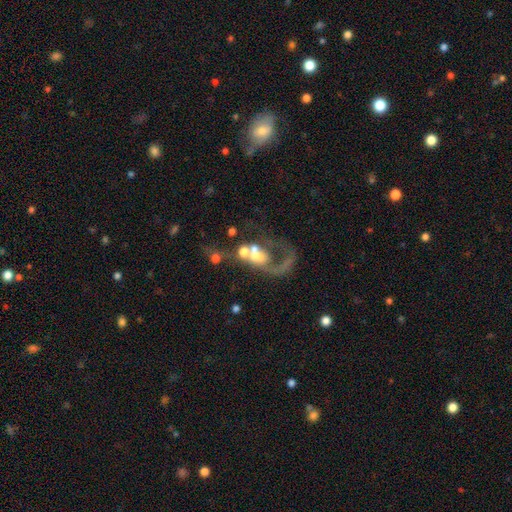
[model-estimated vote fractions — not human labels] Morphology: type=featured or disk (57%); edge-on=no (96%); bar=no (75%); spiral arms=no (59%); bulge=moderate (37%); merging=merger (40%).